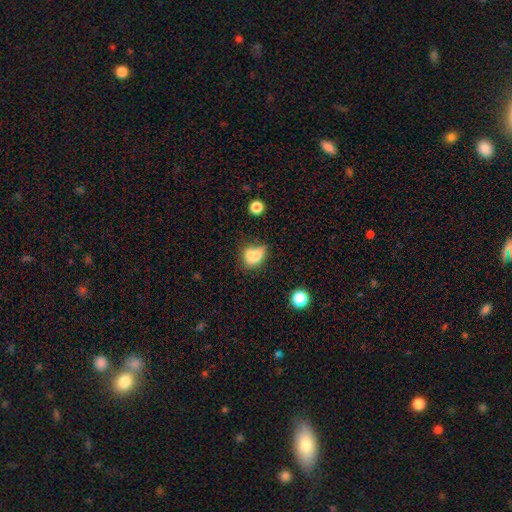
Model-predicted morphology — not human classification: smooth 69%, featured or disk 20%, star or artifact 11%. Down the decision tree: how rounded — in between (60%); merging — merger (46%).